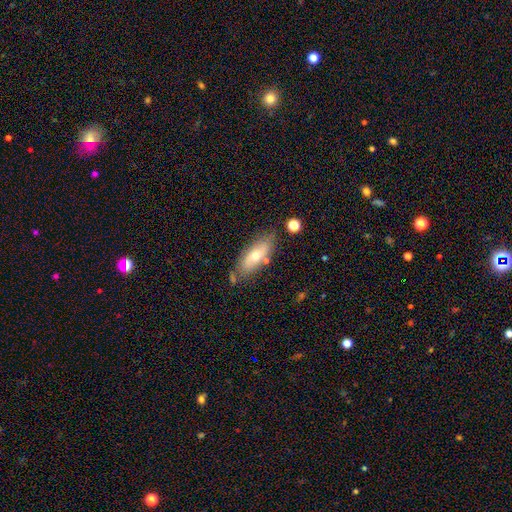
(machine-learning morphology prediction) Q: Smooth or featured?
A: smooth (57%); runner-up: featured or disk (36%)
Q: How rounded?
A: in between (72%); runner-up: cigar-shaped (24%)
Q: Merging?
A: none (72%); runner-up: minor disturbance (17%)